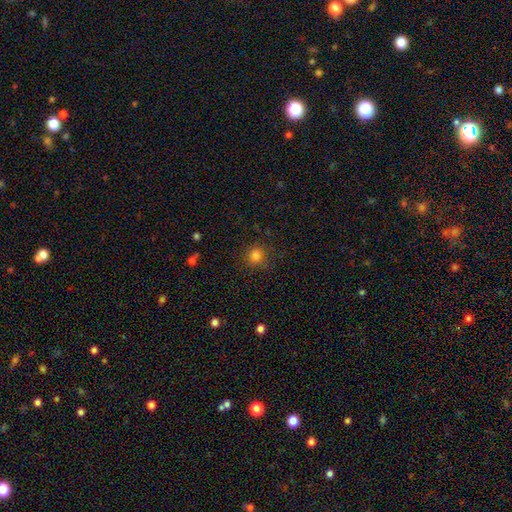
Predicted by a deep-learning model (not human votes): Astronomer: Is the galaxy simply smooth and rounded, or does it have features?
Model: smooth — 82%.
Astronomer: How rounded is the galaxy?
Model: round — 90%.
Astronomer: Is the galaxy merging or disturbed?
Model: none — 85%.